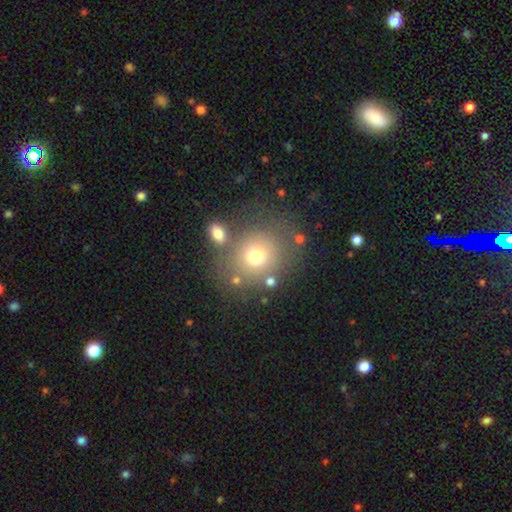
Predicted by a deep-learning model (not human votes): Smooth or featured? smooth (70%)
How rounded? round (70%)
Merging? none (65%)